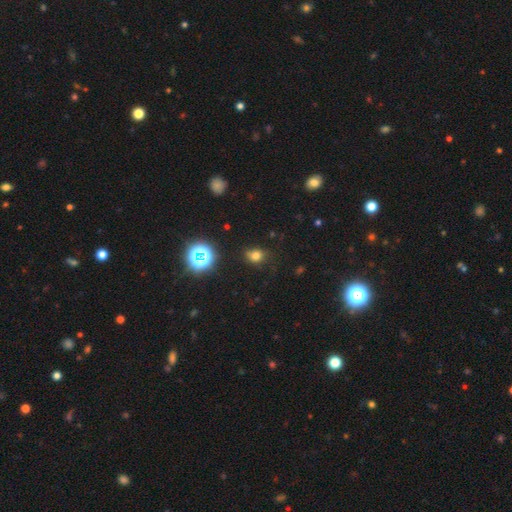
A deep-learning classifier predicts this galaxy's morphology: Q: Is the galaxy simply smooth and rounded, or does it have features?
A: smooth — 71%.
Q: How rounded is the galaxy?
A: round — 57%.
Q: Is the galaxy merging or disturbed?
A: none — 76%.